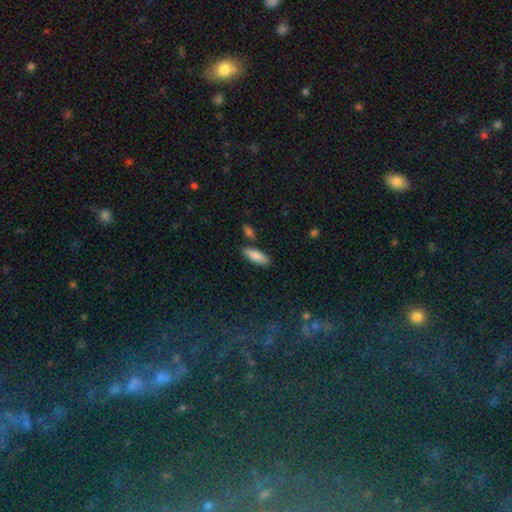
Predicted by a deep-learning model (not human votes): Morphology: type=smooth (84%); roundness=in between (57%); merging=none (81%).